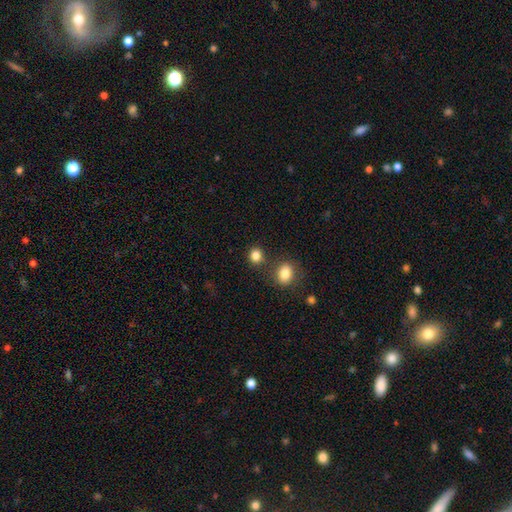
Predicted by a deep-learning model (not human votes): Morphology: type=smooth (83%); roundness=round (75%); merging=none (74%).